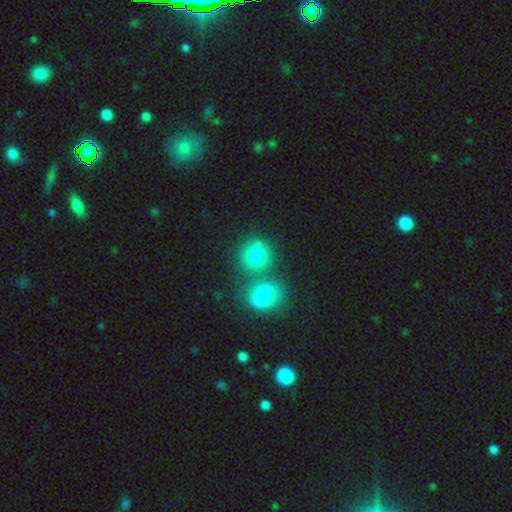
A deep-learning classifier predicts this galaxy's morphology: Smooth or featured?
  - smooth: 79% *
  - star or artifact: 12%
  - featured or disk: 9%
How rounded?
  - round: 85% *
  - in between: 14%
  - cigar-shaped: 1%
Merging?
  - none: 57% *
  - merger: 31%
  - minor disturbance: 9%
  - major disturbance: 3%